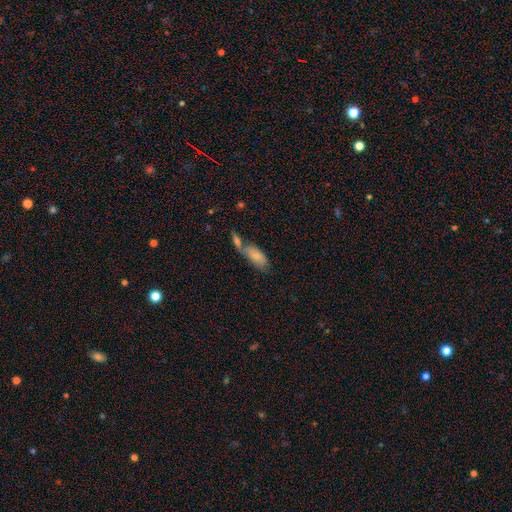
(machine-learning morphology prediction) Q: Smooth or featured?
A: smooth (69%); runner-up: featured or disk (23%)
Q: How rounded?
A: in between (88%); runner-up: cigar-shaped (9%)
Q: Merging?
A: merger (49%); runner-up: none (30%)